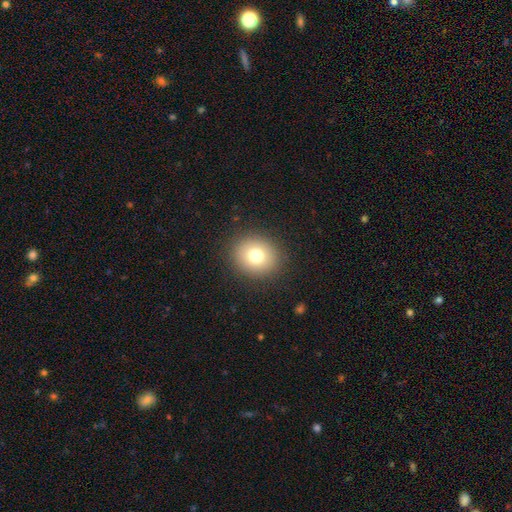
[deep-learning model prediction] A smooth galaxy with no disk features (76%) that is round (80%). Merging: none (90%).